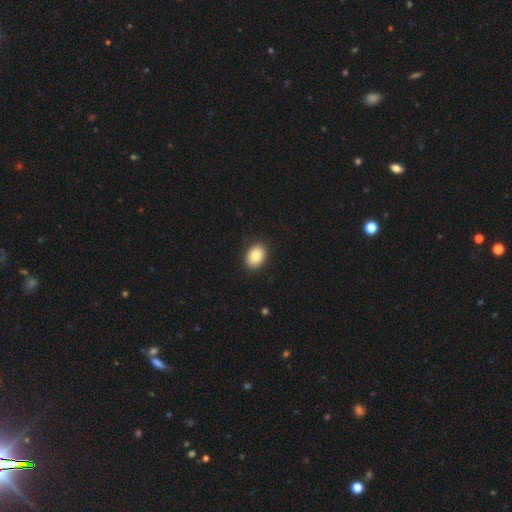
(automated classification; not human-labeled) Smooth or featured: smooth — 82% (featured or disk — 10%)
How rounded: in between — 69% (round — 30%)
Merging: none — 90% (minor disturbance — 7%)